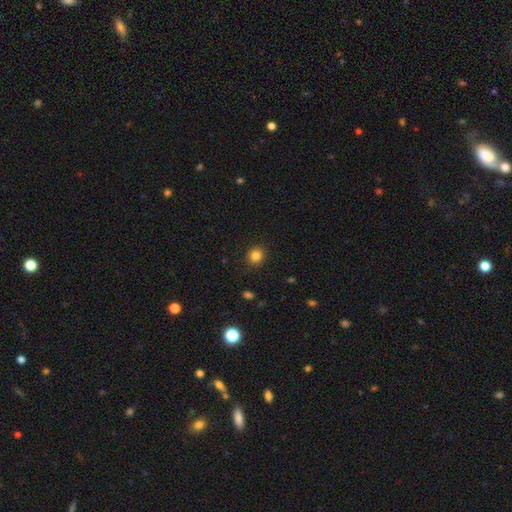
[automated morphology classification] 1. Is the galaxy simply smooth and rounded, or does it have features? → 83% smooth, 12% star or artifact, 5% featured or disk.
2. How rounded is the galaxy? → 89% round, 10% in between, 1% cigar-shaped.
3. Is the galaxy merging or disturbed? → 90% none, 7% minor disturbance, 2% major disturbance, 1% merger.